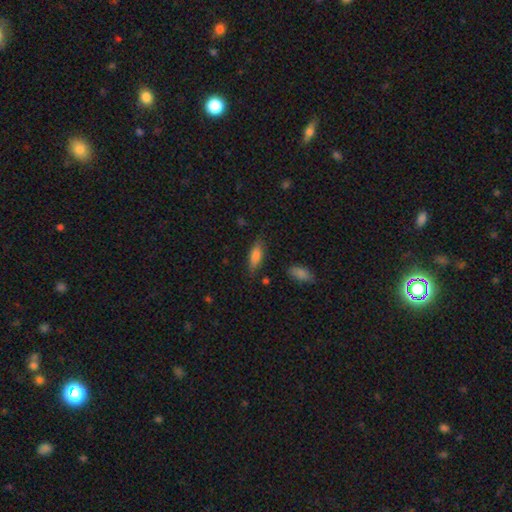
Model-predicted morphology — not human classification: smooth 80%, featured or disk 13%, star or artifact 7%. Down the decision tree: how rounded — in between (68%); merging — none (76%).